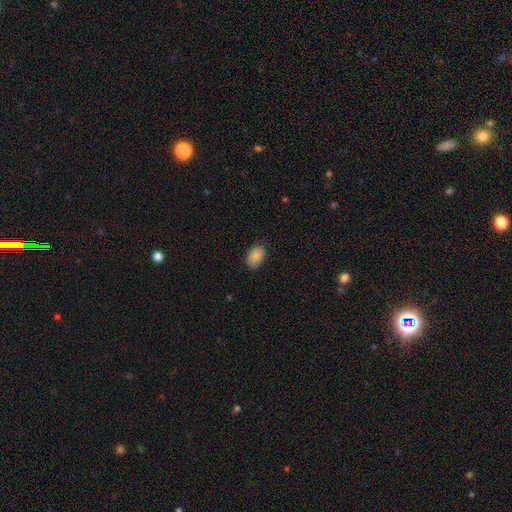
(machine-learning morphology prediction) A smooth galaxy with no disk features (88%) that is in between round and cigar-shaped (85%). Merging: none (85%).